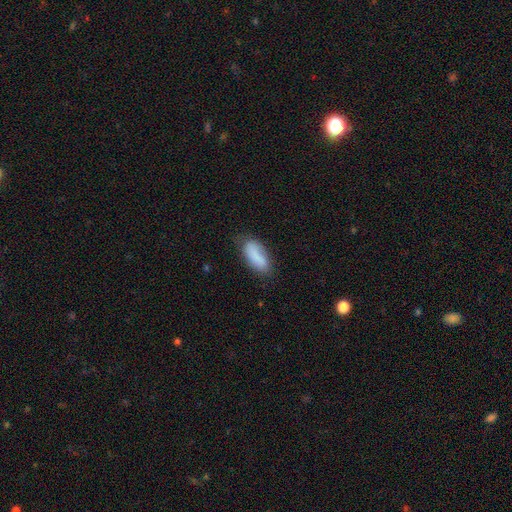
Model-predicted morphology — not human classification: Smooth or featured?
  - smooth: 84% *
  - featured or disk: 9%
  - star or artifact: 7%
How rounded?
  - in between: 84% *
  - cigar-shaped: 14%
  - round: 2%
Merging?
  - none: 67% *
  - minor disturbance: 24%
  - major disturbance: 6%
  - merger: 2%